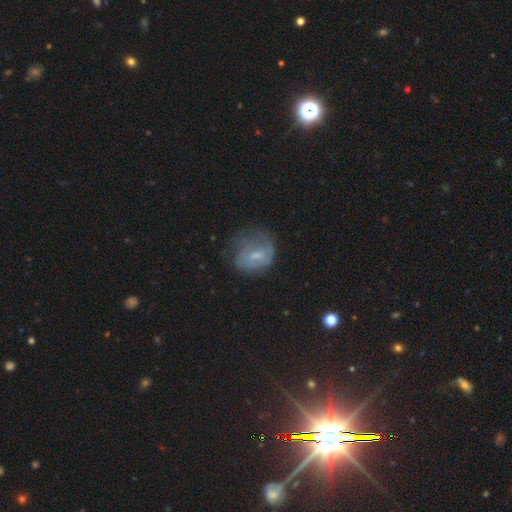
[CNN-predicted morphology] Smooth or featured? Predicted: featured or disk (p=0.46). Merging? Predicted: none (p=0.45).